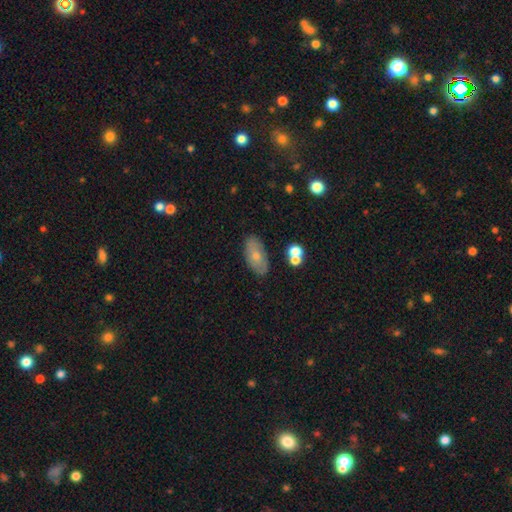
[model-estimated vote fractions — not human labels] Smooth or featured? Predicted: smooth (p=0.64). How rounded? Predicted: in between (p=0.90). Merging? Predicted: none (p=0.78).